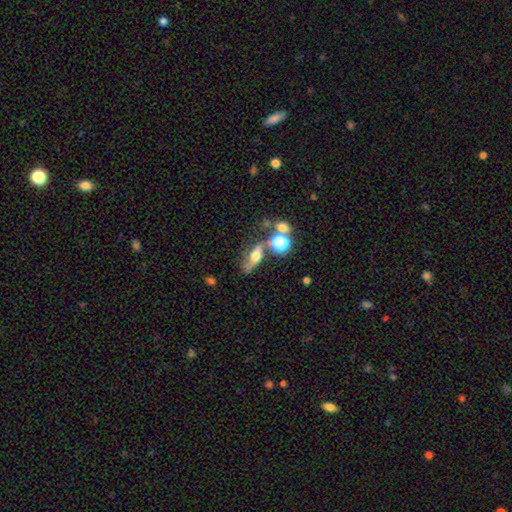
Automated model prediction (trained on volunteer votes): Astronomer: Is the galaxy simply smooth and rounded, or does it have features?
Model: featured or disk — 49% (runner-up: smooth, 36%).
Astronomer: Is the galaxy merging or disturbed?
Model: none — 51%.